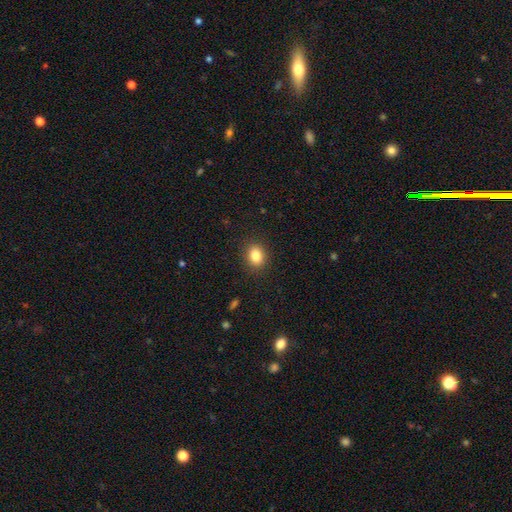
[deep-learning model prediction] smooth-or-featured: smooth: 85% | star or artifact: 10% | featured or disk: 6%
  how-rounded: in between: 59% | round: 39% | cigar-shaped: 1%
  merging: none: 89% | minor disturbance: 8% | major disturbance: 2% | merger: 1%